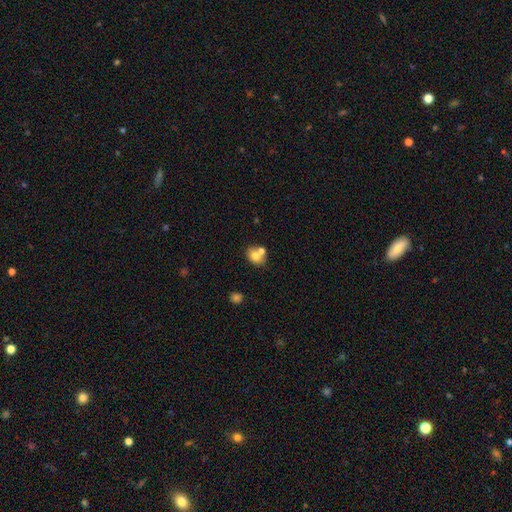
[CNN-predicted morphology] smooth_or_featured: smooth (p=0.75) [alt: featured or disk p=0.15]
how_rounded: in between (p=0.51) [alt: round p=0.48]
merging: none (p=0.51) [alt: merger p=0.33]